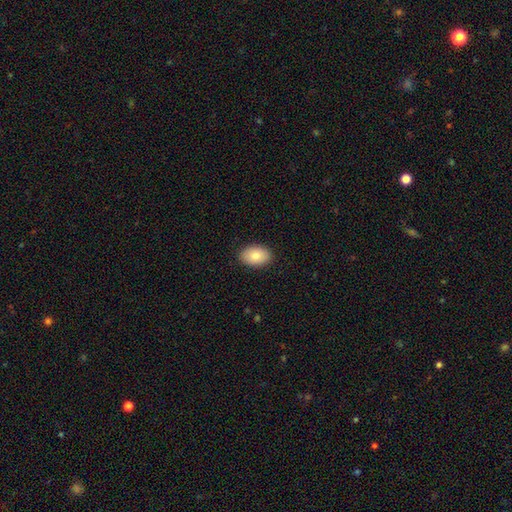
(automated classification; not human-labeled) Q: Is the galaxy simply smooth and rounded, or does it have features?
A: smooth — 85%.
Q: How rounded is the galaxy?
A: in between — 90%.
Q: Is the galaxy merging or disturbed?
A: none — 90%.